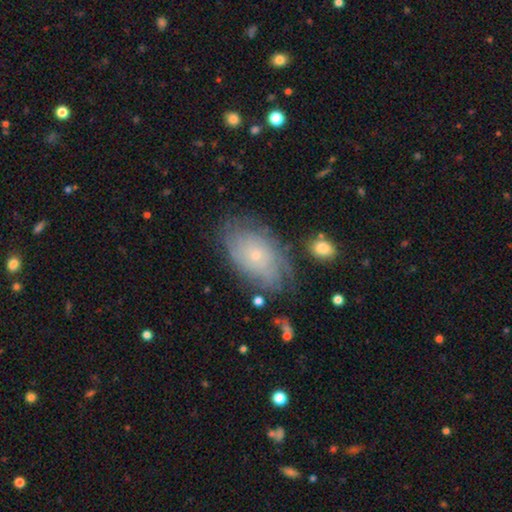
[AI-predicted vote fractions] Q: Smooth or featured?
A: featured or disk (67%); runner-up: smooth (24%)
Q: Edge-on disk?
A: no (95%); runner-up: yes (5%)
Q: Bar?
A: no (85%); runner-up: weak (12%)
Q: Spiral arms?
A: yes (85%); runner-up: no (15%)
Q: Spiral winding?
A: tight (72%); runner-up: medium (20%)
Q: Spiral arm count?
A: can't tell (58%); runner-up: 4 (11%)
Q: Bulge size?
A: small (81%); runner-up: moderate (15%)
Q: Merging?
A: none (70%); runner-up: minor disturbance (19%)